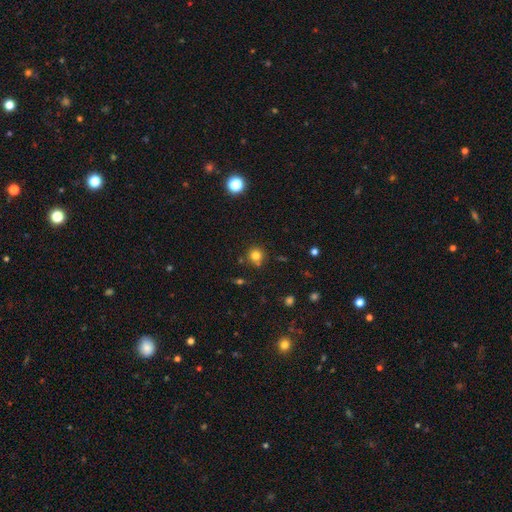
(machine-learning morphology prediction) Overall: smooth (79%). How rounded: round (92%). Merging: none (80%).